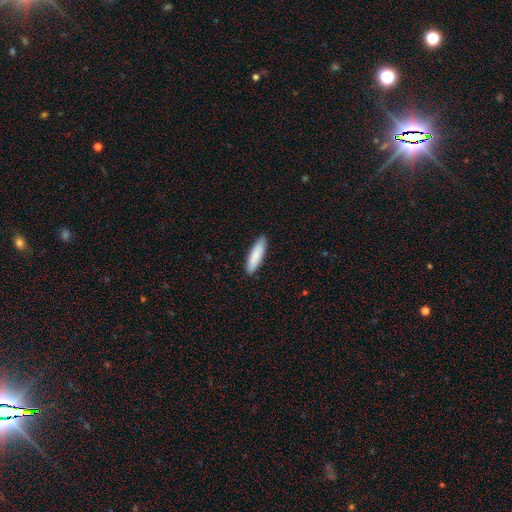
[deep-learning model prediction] Smooth or featured? smooth (87%)
How rounded? cigar-shaped (67%)
Merging? none (90%)